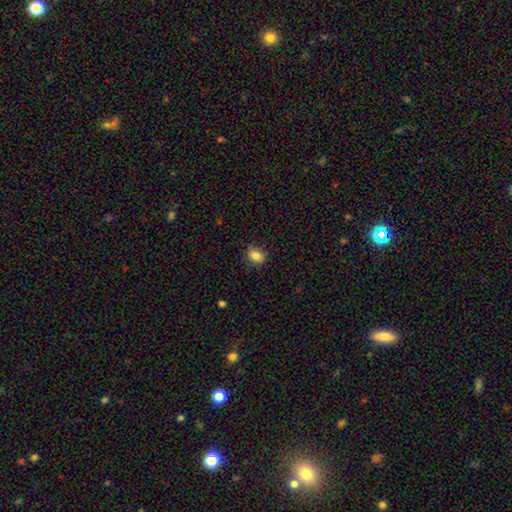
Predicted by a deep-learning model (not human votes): Smooth or featured: smooth — 84% (star or artifact — 9%)
How rounded: in between — 54% (round — 44%)
Merging: none — 86% (minor disturbance — 10%)